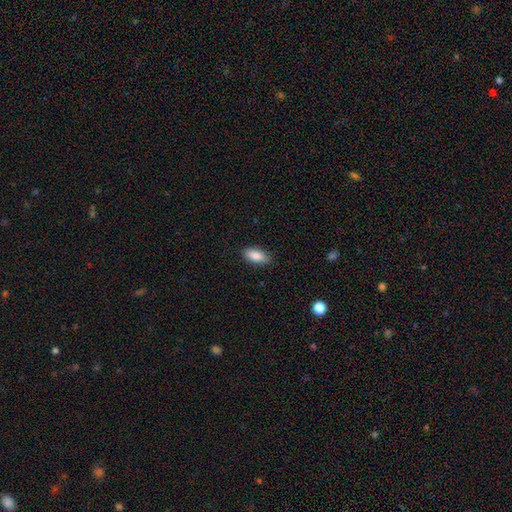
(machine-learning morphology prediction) smooth 88%, star or artifact 6%, featured or disk 6%. Down the decision tree: how rounded — in between (89%); merging — none (86%).